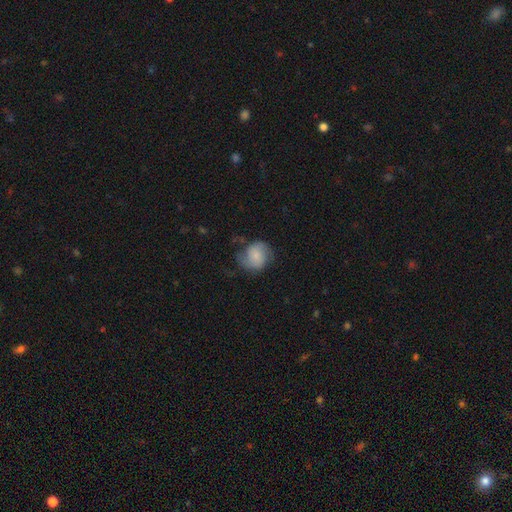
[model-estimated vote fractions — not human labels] Smooth or featured? Predicted: smooth (p=0.52). How rounded? Predicted: round (p=0.73). Merging? Predicted: none (p=0.54).